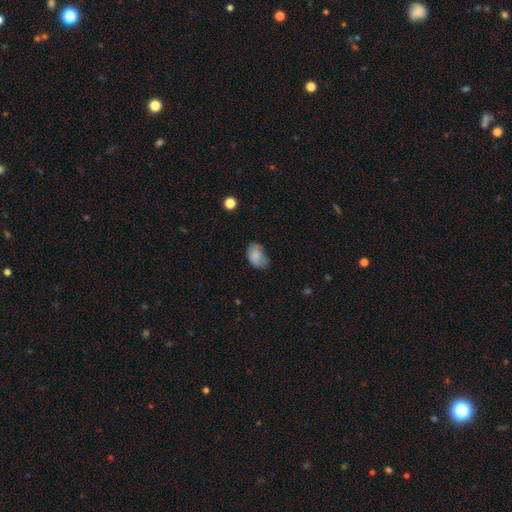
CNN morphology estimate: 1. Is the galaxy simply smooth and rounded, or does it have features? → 83% smooth, 9% featured or disk, 8% star or artifact.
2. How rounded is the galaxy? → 87% in between, 12% round, 1% cigar-shaped.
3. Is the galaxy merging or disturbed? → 60% none, 31% minor disturbance, 7% major disturbance, 2% merger.